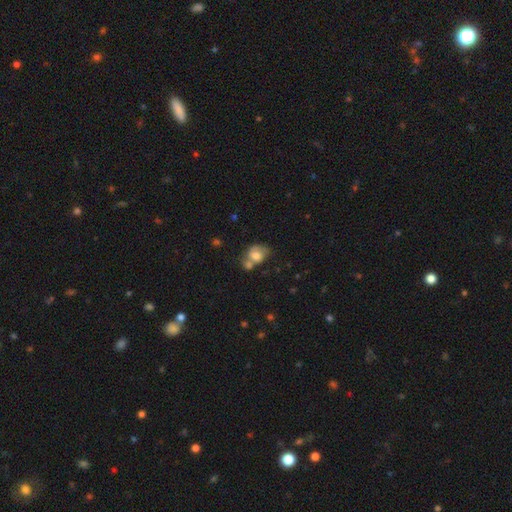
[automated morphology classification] Smooth or featured? smooth (62%)
How rounded? in between (55%)
Merging? merger (46%)